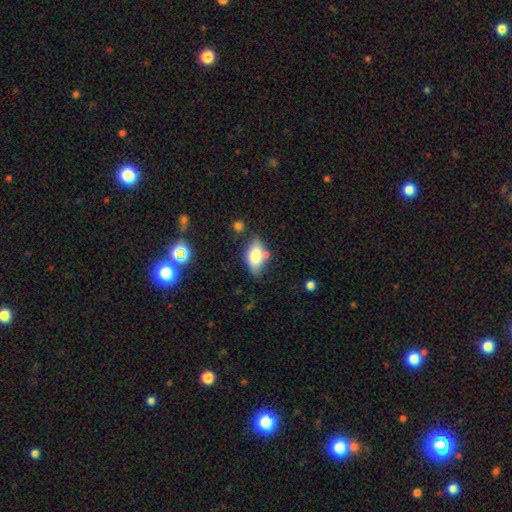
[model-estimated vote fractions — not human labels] Smooth or featured?
  - smooth: 76% *
  - featured or disk: 16%
  - star or artifact: 8%
How rounded?
  - in between: 91% *
  - round: 5%
  - cigar-shaped: 4%
Merging?
  - none: 62% *
  - minor disturbance: 21%
  - merger: 12%
  - major disturbance: 5%